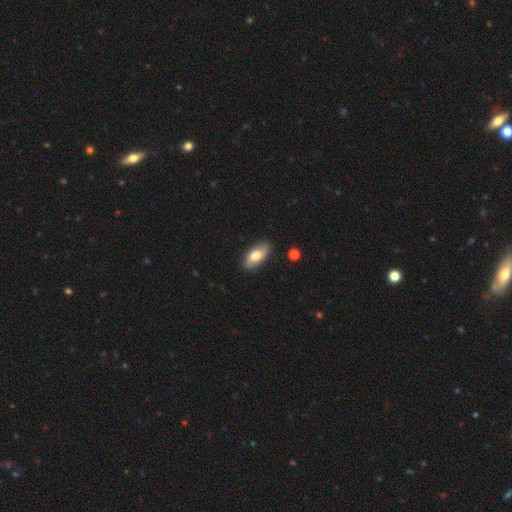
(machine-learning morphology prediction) A smooth galaxy with no disk features (69%) that is in between round and cigar-shaped (89%). Merging: none (86%).